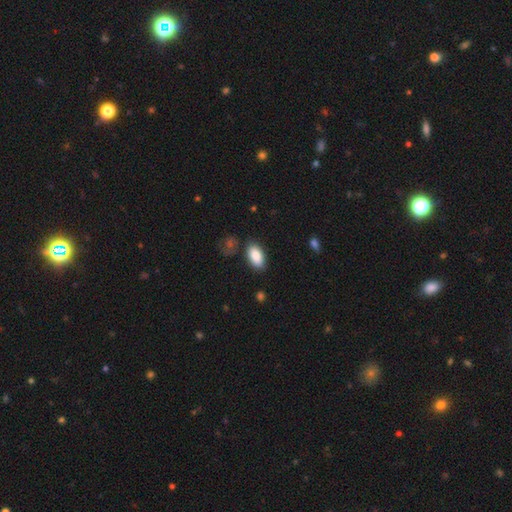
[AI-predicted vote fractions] This appears to be a smooth galaxy with no disk features (88%) that is in between round and cigar-shaped (93%). Merging: none (81%).